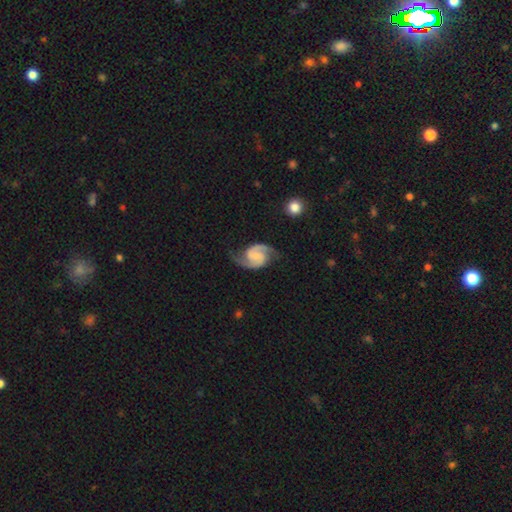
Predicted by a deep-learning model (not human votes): A featured or disk galaxy (91%) with no bar (49%), 2 (94%) medium (59%) spiral arms (98%) and a small central bulge (42%).

Vote fractions:
- Smooth or featured? featured or disk: 91% / smooth: 4% / star or artifact: 4%
- Edge-on disk? no: 98% / yes: 2%
- Bar? no: 49% / weak: 40% / strong: 11%
- Spiral arms? yes: 98% / no: 2%
- Spiral winding? medium: 59% / tight: 22% / loose: 19%
- Spiral arm count? 2: 94% / can't tell: 2% / 3: 1% / 1: 1% / 4: 1% / more than 4: 1%
- Bulge size? small: 42% / none: 34% / moderate: 20% / large: 3% / dominant: 1%
- Merging? none: 77% / minor disturbance: 16% / major disturbance: 6% / merger: 2%